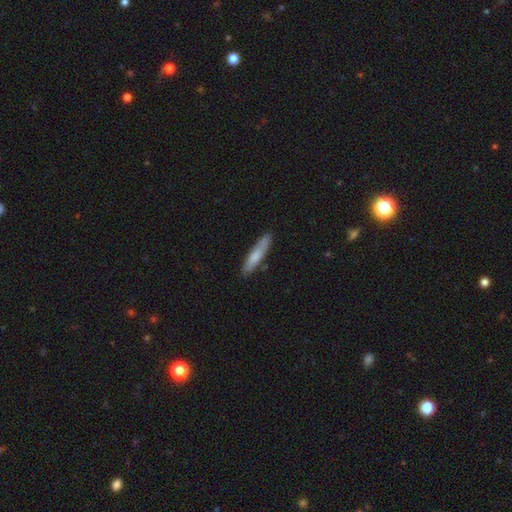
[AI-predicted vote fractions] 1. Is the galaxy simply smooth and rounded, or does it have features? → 74% smooth, 21% featured or disk, 6% star or artifact.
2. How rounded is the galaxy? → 90% cigar-shaped, 9% in between, 1% round.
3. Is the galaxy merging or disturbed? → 85% none, 11% minor disturbance, 2% major disturbance, 2% merger.